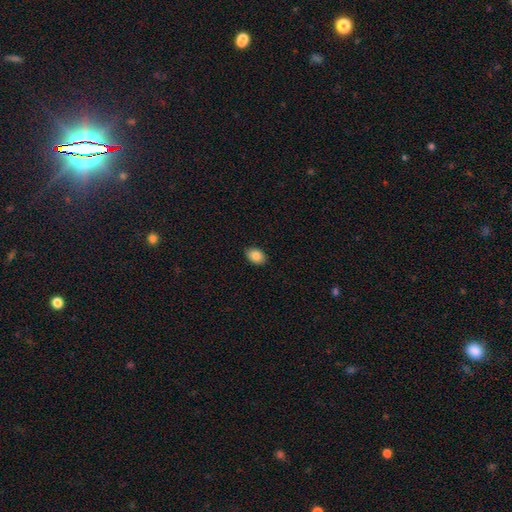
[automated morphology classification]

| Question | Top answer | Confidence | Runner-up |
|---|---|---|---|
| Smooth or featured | smooth | 87% | star or artifact (8%) |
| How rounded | in between | 81% | round (18%) |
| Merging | none | 89% | minor disturbance (8%) |